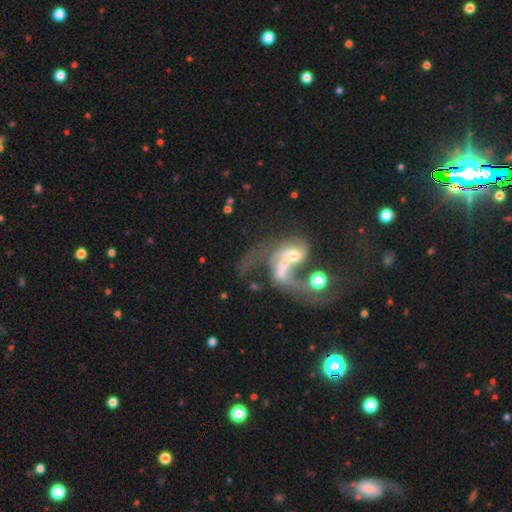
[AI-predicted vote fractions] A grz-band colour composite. It shows a featured or disk galaxy (69%) with no bar (59%), spiral arms (66%) and a moderate central bulge (39%). Merging: merger (66%).